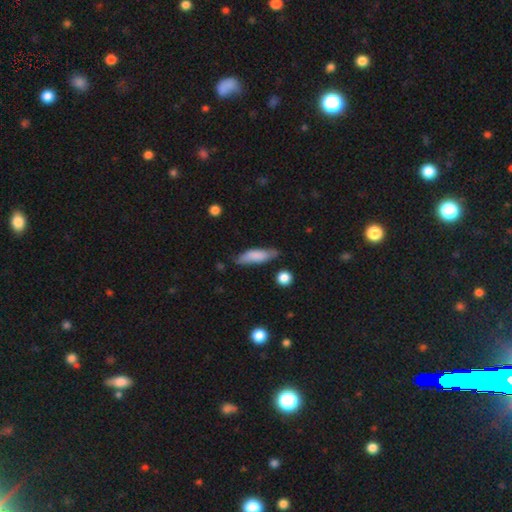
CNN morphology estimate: Smooth or featured: smooth — 74% (featured or disk — 19%)
How rounded: cigar-shaped — 51% (in between — 47%)
Merging: none — 69% (minor disturbance — 24%)